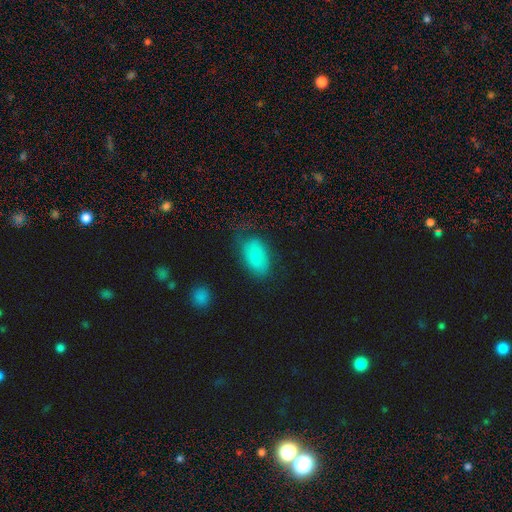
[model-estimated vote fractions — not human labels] Smooth or featured?
  - smooth: 76% *
  - featured or disk: 16%
  - star or artifact: 8%
How rounded?
  - in between: 92% *
  - round: 6%
  - cigar-shaped: 2%
Merging?
  - none: 59% *
  - minor disturbance: 26%
  - major disturbance: 13%
  - merger: 2%